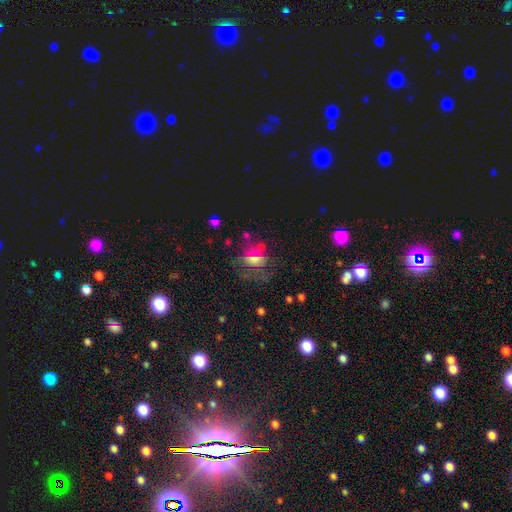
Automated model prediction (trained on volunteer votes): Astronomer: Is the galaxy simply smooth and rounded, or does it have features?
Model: smooth — 38% (runner-up: featured or disk, 32%).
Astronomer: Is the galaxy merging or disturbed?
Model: none — 50%.